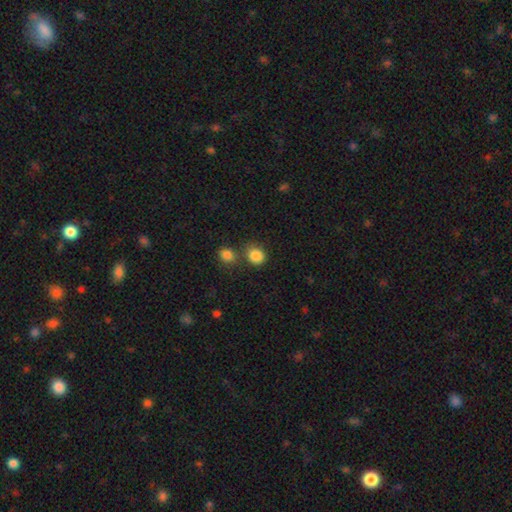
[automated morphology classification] This appears to be a smooth galaxy with no disk features (86%) that is round (68%). Merging: none (62%).